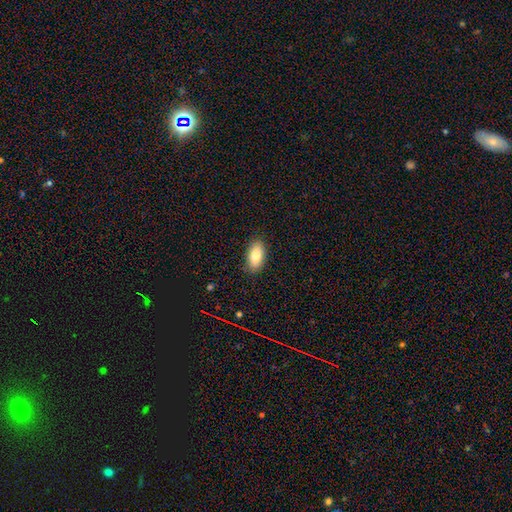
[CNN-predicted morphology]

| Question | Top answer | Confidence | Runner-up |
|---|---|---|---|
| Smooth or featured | smooth | 82% | featured or disk (11%) |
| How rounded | in between | 91% | cigar-shaped (6%) |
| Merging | none | 87% | minor disturbance (9%) |